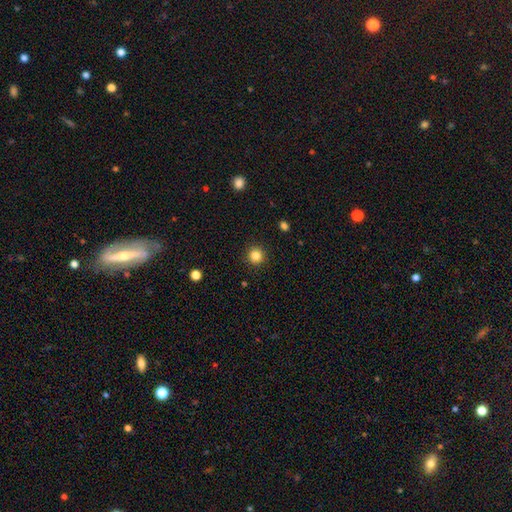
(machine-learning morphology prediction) smooth-or-featured: smooth: 84% | star or artifact: 12% | featured or disk: 4%
  how-rounded: round: 94% | in between: 5% | cigar-shaped: 1%
  merging: none: 92% | minor disturbance: 5% | major disturbance: 2% | merger: 1%